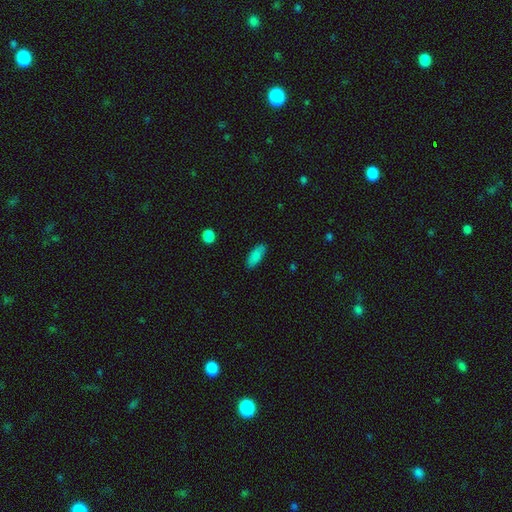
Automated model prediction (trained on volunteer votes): A smooth galaxy with no disk features (86%) that is in between round and cigar-shaped (78%).

Vote fractions:
- Smooth or featured? smooth: 86% / star or artifact: 7% / featured or disk: 6%
- How rounded? in between: 78% / cigar-shaped: 19% / round: 2%
- Merging? none: 85% / minor disturbance: 11% / major disturbance: 3% / merger: 1%